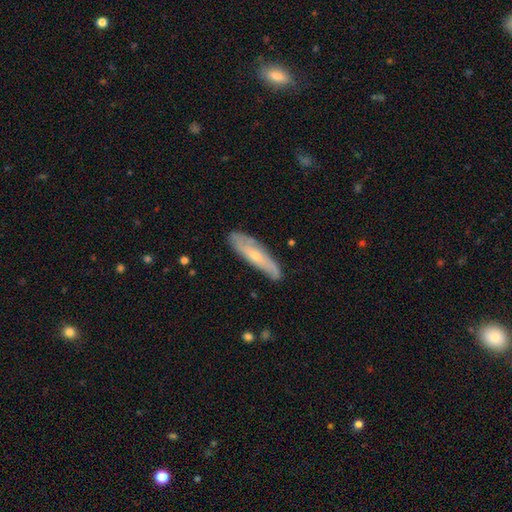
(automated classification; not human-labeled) A featured or disk galaxy (53%).

Vote fractions:
- Smooth or featured? featured or disk: 53% / smooth: 41% / star or artifact: 6%
- Edge-on disk? no: 56% / yes: 44%
- Merging? none: 80% / minor disturbance: 16% / major disturbance: 3% / merger: 1%